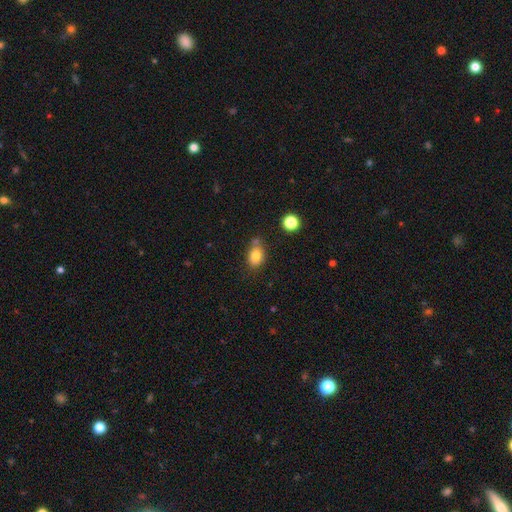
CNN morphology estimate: This is clearly a smooth galaxy (81%). How rounded: likely in between (73%). Merging: likely none (61%).